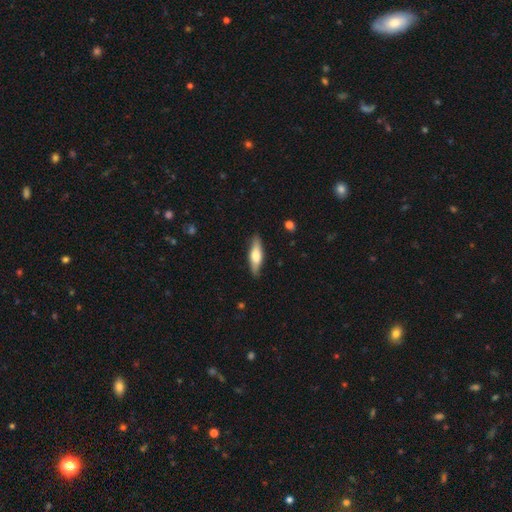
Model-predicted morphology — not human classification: Smooth or featured? smooth (55%)
How rounded? cigar-shaped (60%)
Merging? none (87%)